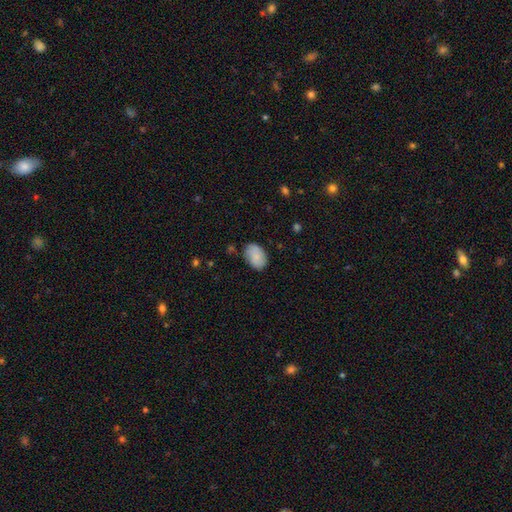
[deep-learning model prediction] Q: Smooth or featured?
A: smooth (83%); runner-up: featured or disk (10%)
Q: How rounded?
A: in between (88%); runner-up: round (11%)
Q: Merging?
A: none (78%); runner-up: minor disturbance (17%)